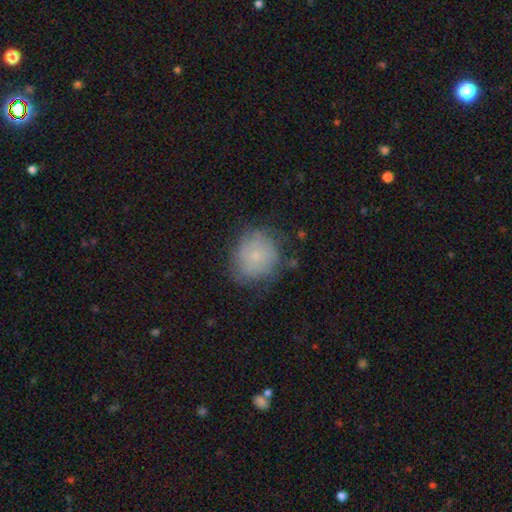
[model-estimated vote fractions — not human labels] Q: Smooth or featured?
A: smooth (67%); runner-up: featured or disk (24%)
Q: How rounded?
A: round (80%); runner-up: in between (19%)
Q: Merging?
A: none (66%); runner-up: minor disturbance (23%)